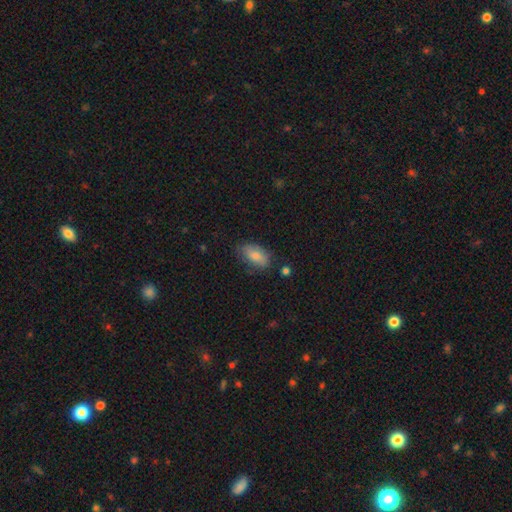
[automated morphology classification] Smooth or featured: smooth — 78% (featured or disk — 15%)
How rounded: in between — 91% (cigar-shaped — 5%)
Merging: none — 73% (minor disturbance — 20%)